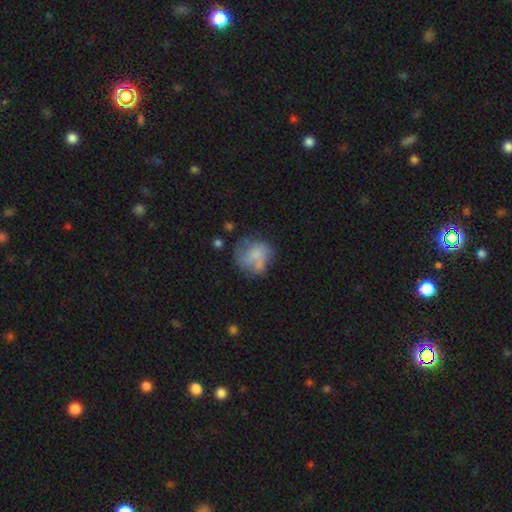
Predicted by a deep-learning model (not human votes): Smooth or featured: smooth — 56% (featured or disk — 34%)
How rounded: round — 72% (in between — 27%)
Merging: none — 44% (minor disturbance — 25%)